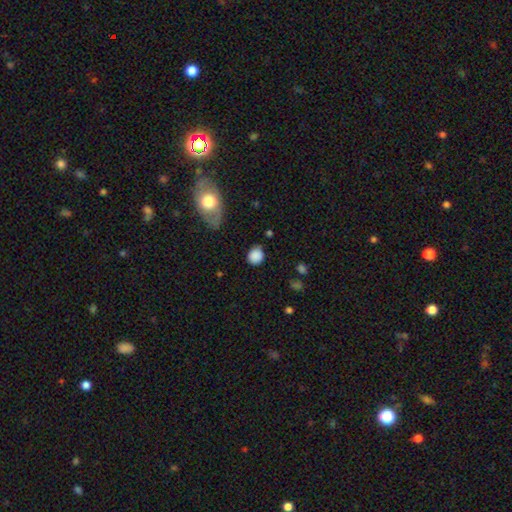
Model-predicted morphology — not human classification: smooth_or_featured: smooth (p=0.86) [alt: star or artifact p=0.09]
how_rounded: round (p=0.76) [alt: in between p=0.23]
merging: none (p=0.74) [alt: minor disturbance p=0.18]